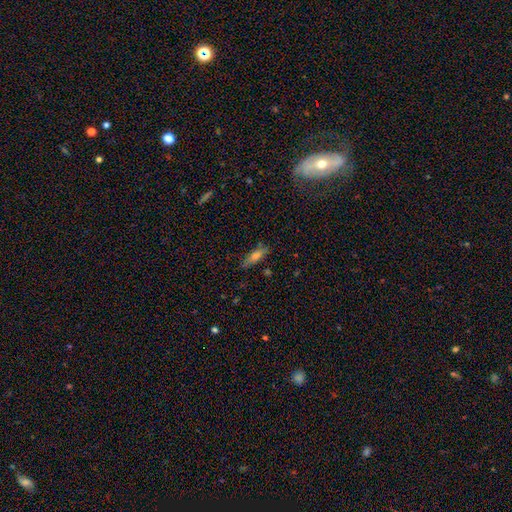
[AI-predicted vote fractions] Smooth or featured?
  - smooth: 59% *
  - featured or disk: 30%
  - star or artifact: 10%
How rounded?
  - cigar-shaped: 59% *
  - in between: 38%
  - round: 3%
Merging?
  - none: 79% *
  - minor disturbance: 15%
  - major disturbance: 4%
  - merger: 3%